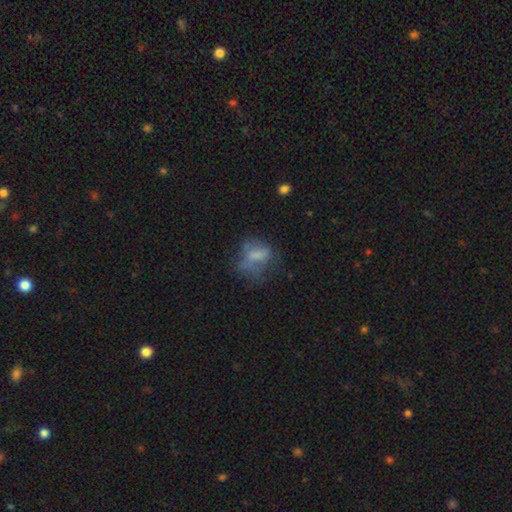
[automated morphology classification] type=smooth (55%); roundness=in between (65%); merging=major disturbance (36%).